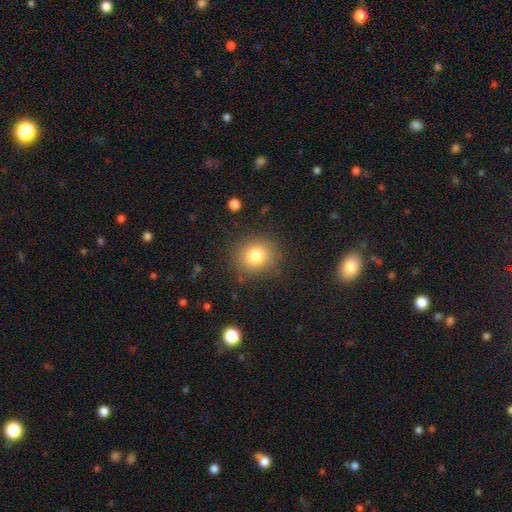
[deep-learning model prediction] Smooth or featured? Predicted: smooth (p=0.80). How rounded? Predicted: round (p=0.81). Merging? Predicted: none (p=0.86).